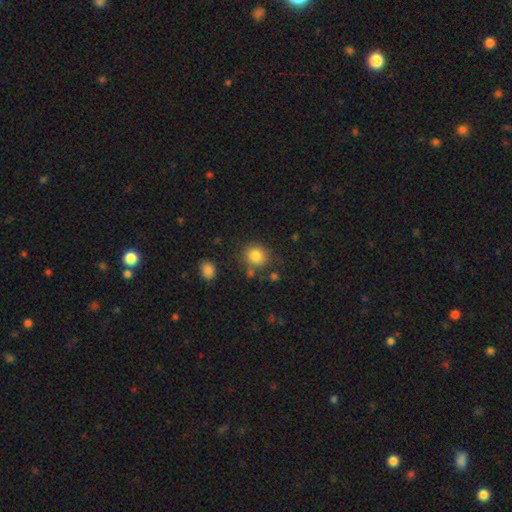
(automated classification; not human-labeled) This is clearly a smooth galaxy (83%). How rounded: clearly round (84%). Merging: likely none (77%).